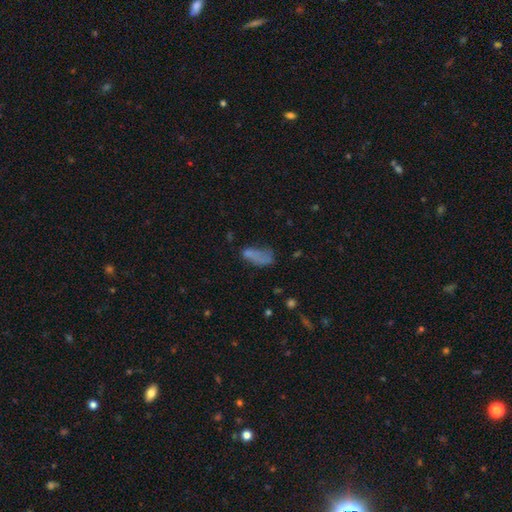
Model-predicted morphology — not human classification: A smooth galaxy with no disk features (60%) that is in between round and cigar-shaped (77%).

Vote fractions:
- Smooth or featured? smooth: 60% / featured or disk: 23% / star or artifact: 18%
- How rounded? in between: 77% / cigar-shaped: 18% / round: 5%
- Merging? none: 33% / major disturbance: 30% / minor disturbance: 22% / merger: 14%